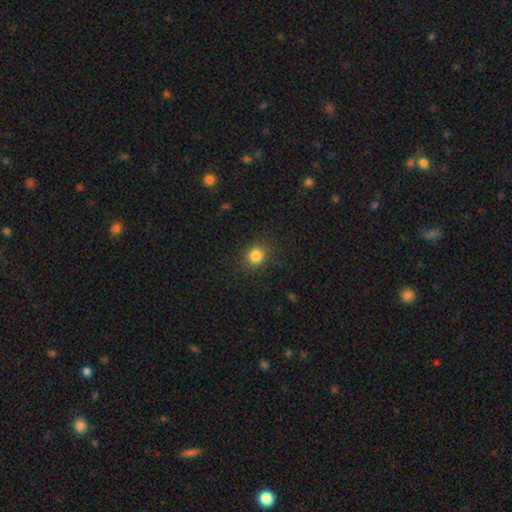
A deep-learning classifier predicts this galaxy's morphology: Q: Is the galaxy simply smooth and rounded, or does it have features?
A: smooth — 83%.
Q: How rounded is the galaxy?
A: round — 82%.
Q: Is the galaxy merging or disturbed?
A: none — 88%.